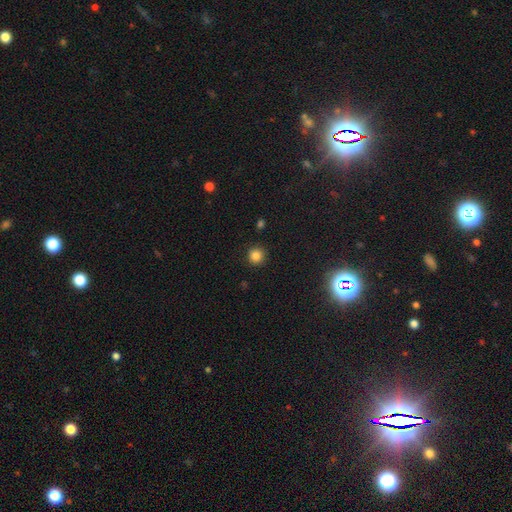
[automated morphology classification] Smooth or featured? Predicted: smooth (p=0.83). How rounded? Predicted: round (p=0.94). Merging? Predicted: none (p=0.91).